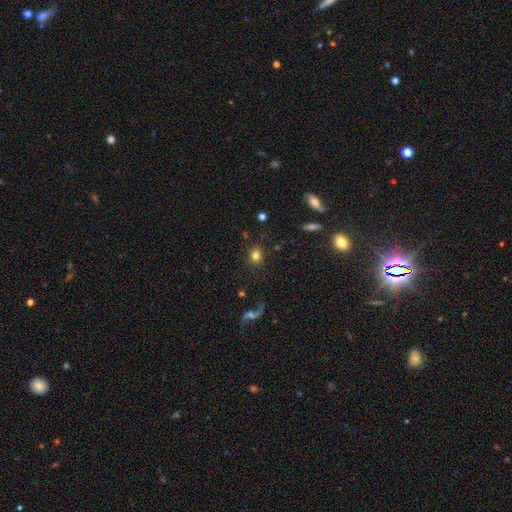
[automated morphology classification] smooth 78%, star or artifact 12%, featured or disk 10%. Down the decision tree: how rounded — round (62%); merging — none (85%).